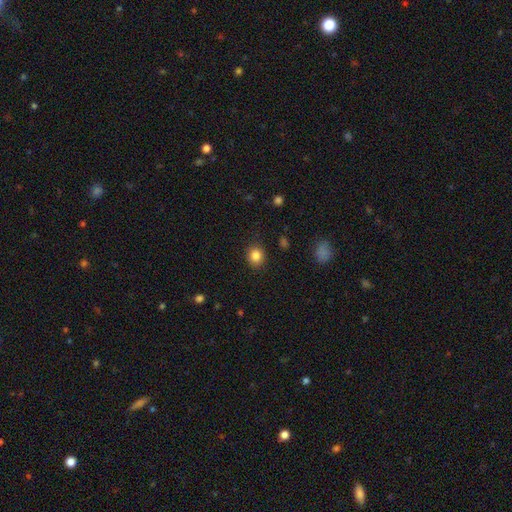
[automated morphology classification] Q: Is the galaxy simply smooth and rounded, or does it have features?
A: smooth — 84%.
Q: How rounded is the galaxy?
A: round — 75%.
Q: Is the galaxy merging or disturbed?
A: none — 89%.